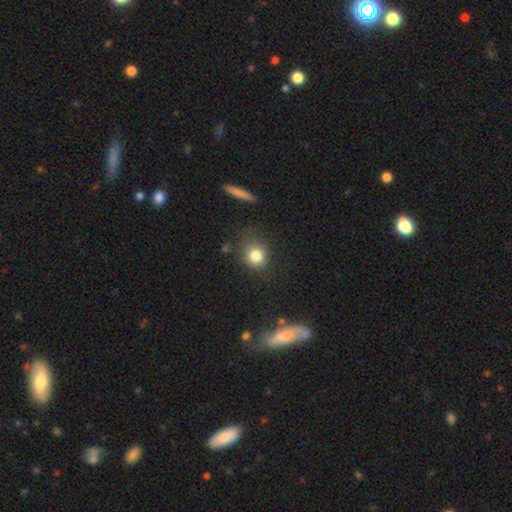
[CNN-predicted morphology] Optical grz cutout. It shows a smooth galaxy with no disk features (82%) that is round (79%). Merging: none (73%).